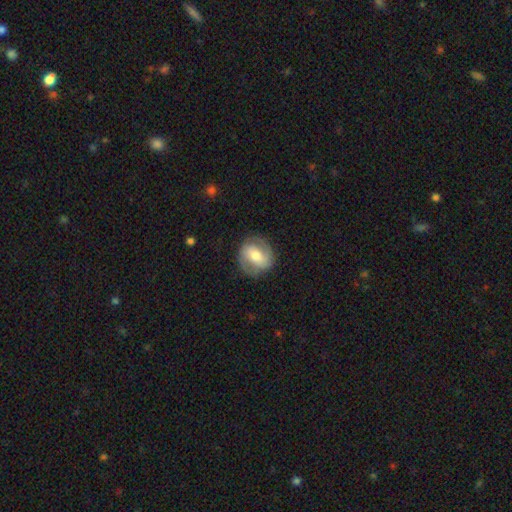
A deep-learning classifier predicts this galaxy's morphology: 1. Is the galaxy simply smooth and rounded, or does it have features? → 67% featured or disk, 27% smooth, 7% star or artifact.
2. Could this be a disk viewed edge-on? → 97% no, 3% yes.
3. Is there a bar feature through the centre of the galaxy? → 42% weak, 30% no, 27% strong.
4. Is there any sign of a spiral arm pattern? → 87% yes, 13% no.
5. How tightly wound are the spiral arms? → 46% medium, 34% tight, 20% loose.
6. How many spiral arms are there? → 85% 2, 7% can't tell, 3% 3, 2% 1, 1% 4, 1% more than 4.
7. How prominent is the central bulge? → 64% moderate, 24% small, 9% large, 2% none, 1% dominant.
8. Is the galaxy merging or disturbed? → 82% none, 12% minor disturbance, 5% major disturbance, 1% merger.